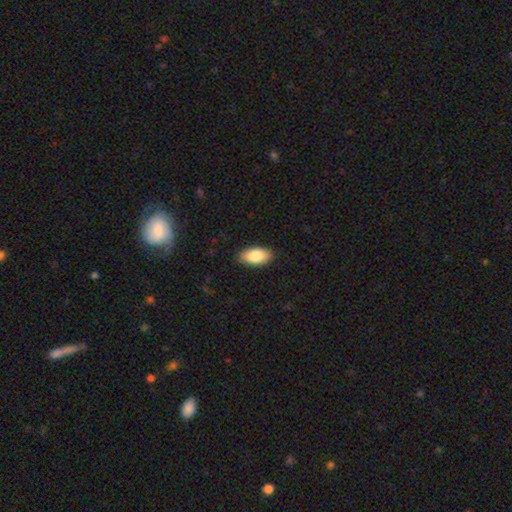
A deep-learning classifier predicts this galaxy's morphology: Smooth or featured: smooth — 85% (featured or disk — 9%)
How rounded: in between — 94% (cigar-shaped — 4%)
Merging: none — 88% (minor disturbance — 9%)